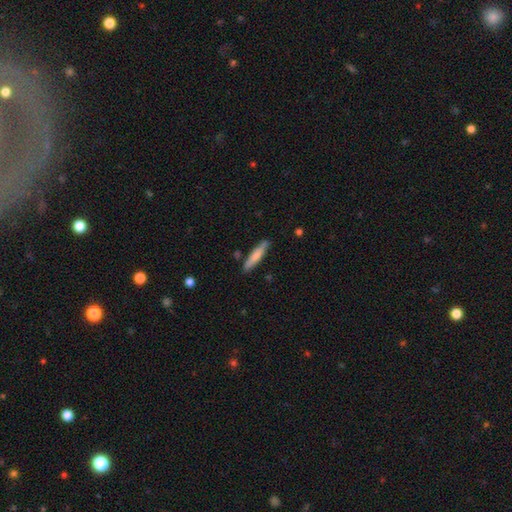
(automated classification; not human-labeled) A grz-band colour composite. It shows a smooth galaxy with no disk features (73%) that is cigar-shaped (87%). Merging: none (83%).